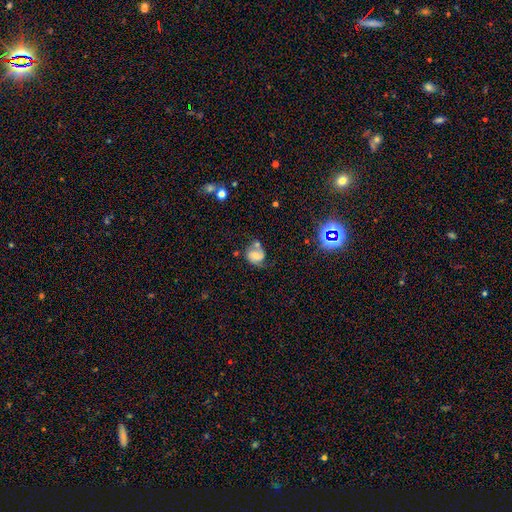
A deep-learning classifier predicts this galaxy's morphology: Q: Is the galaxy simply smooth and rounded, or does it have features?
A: featured or disk — 49%.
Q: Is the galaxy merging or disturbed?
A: none — 39%.